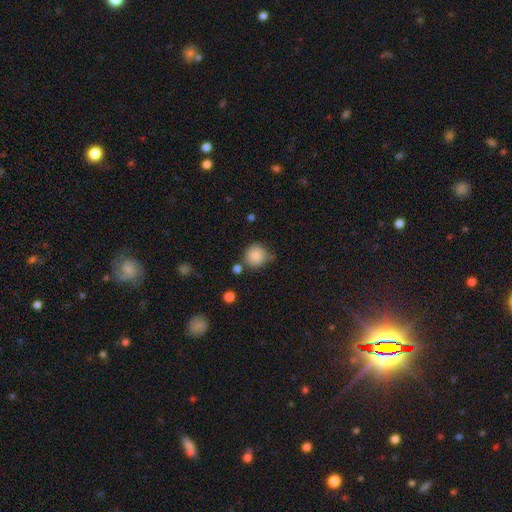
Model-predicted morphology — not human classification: Q: Smooth or featured?
A: smooth (86%); runner-up: star or artifact (9%)
Q: How rounded?
A: round (89%); runner-up: in between (10%)
Q: Merging?
A: none (65%); runner-up: minor disturbance (21%)